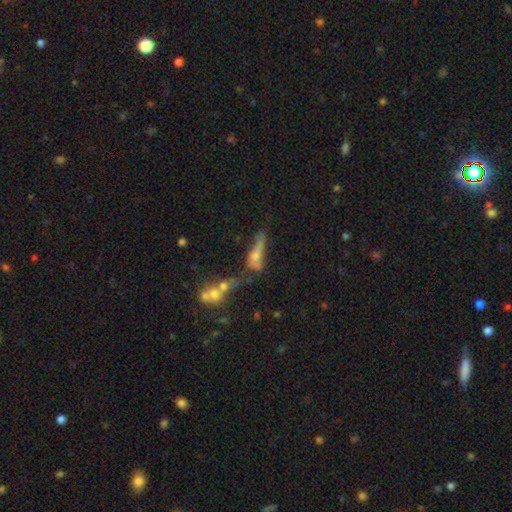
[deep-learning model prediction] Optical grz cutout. It shows a smooth galaxy with no disk features (49%). Merging: merger (36%).